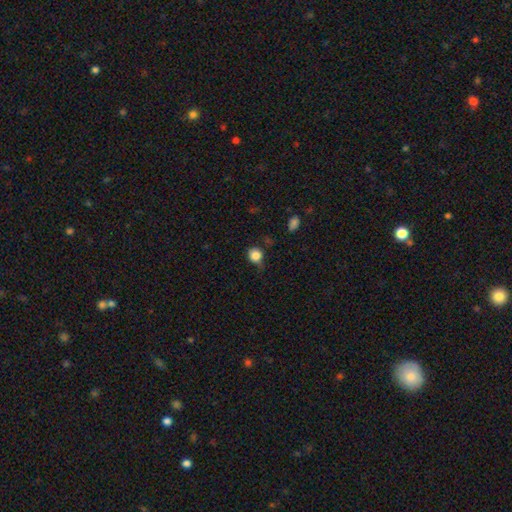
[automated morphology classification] smooth_or_featured: smooth (p=0.84) [alt: star or artifact p=0.10]
how_rounded: round (p=0.83) [alt: in between p=0.16]
merging: none (p=0.62) [alt: minor disturbance p=0.28]